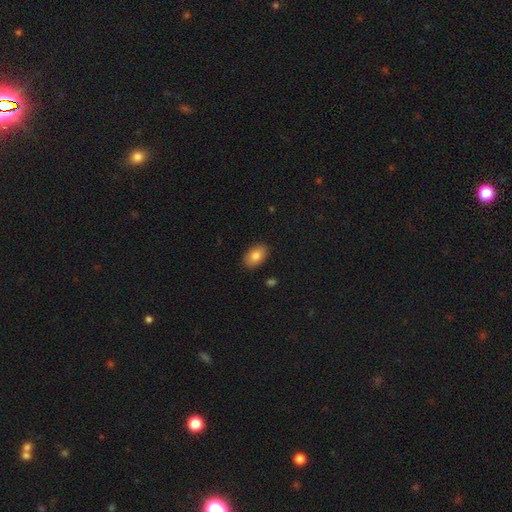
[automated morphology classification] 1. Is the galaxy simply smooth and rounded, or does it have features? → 82% smooth, 10% featured or disk, 8% star or artifact.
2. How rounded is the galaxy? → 90% in between, 9% round, 1% cigar-shaped.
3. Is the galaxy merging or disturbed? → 88% none, 9% minor disturbance, 2% major disturbance, 1% merger.